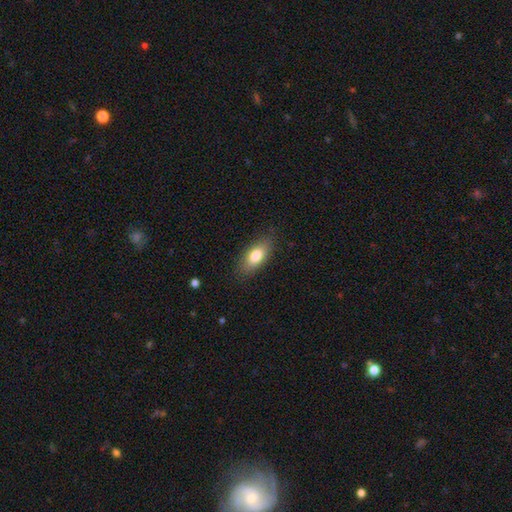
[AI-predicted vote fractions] A smooth galaxy with no disk features (79%) that is in between round and cigar-shaped (83%). Merging: none (84%).